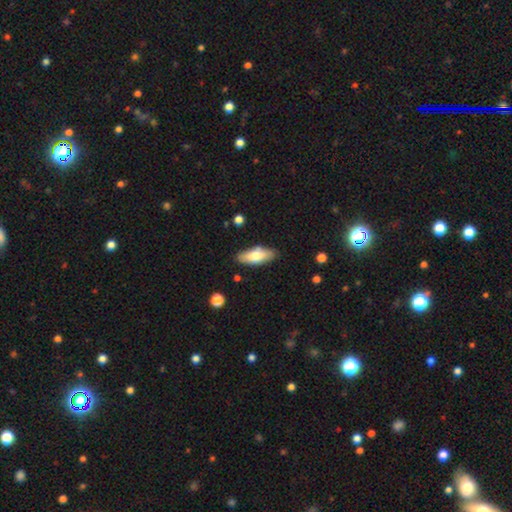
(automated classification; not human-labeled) smooth 68%, featured or disk 27%, star or artifact 6%. Down the decision tree: how rounded — in between (73%); merging — none (83%).